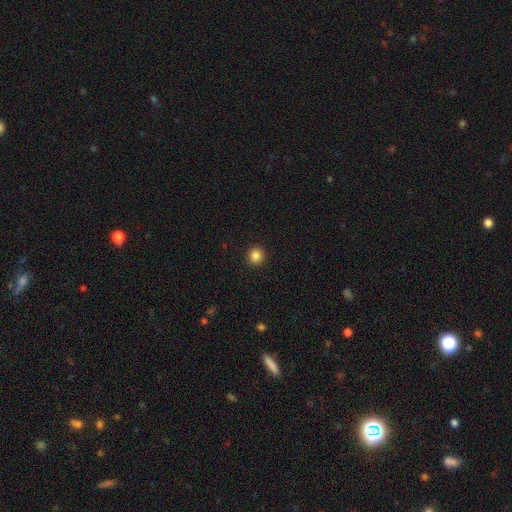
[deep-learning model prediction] Smooth or featured? Predicted: smooth (p=0.86). How rounded? Predicted: round (p=0.94). Merging? Predicted: none (p=0.93).